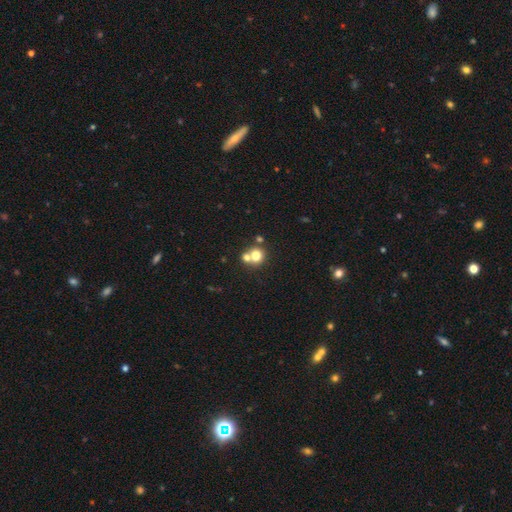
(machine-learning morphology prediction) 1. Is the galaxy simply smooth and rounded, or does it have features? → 75% smooth, 13% featured or disk, 13% star or artifact.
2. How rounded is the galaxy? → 86% round, 13% in between, 1% cigar-shaped.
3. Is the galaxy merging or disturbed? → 48% none, 42% merger, 7% minor disturbance, 3% major disturbance.